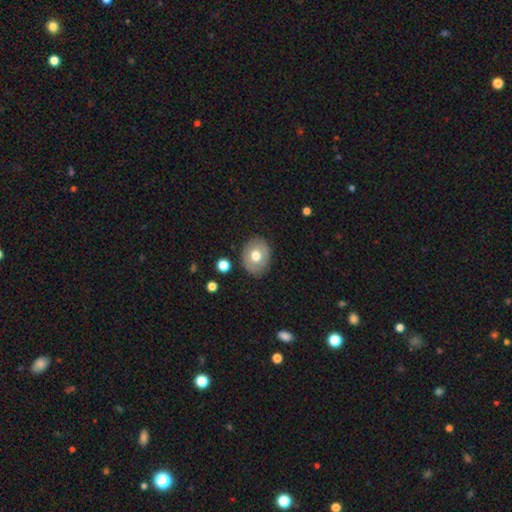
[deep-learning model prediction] smooth 67%, featured or disk 25%, star or artifact 8%. Down the decision tree: how rounded — in between (54%); merging — none (84%).